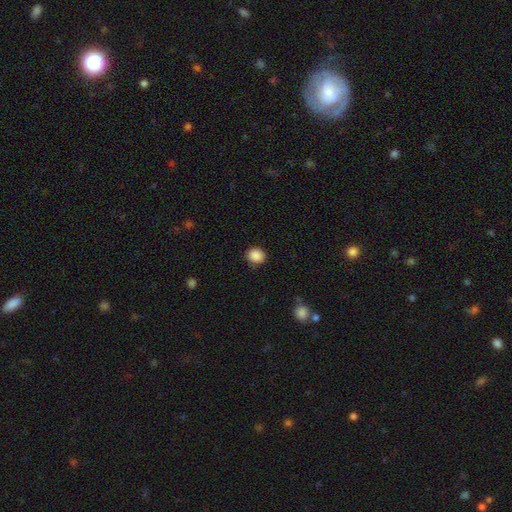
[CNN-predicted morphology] Smooth or featured: smooth — 88% (star or artifact — 9%)
How rounded: round — 68% (in between — 31%)
Merging: none — 86% (minor disturbance — 11%)